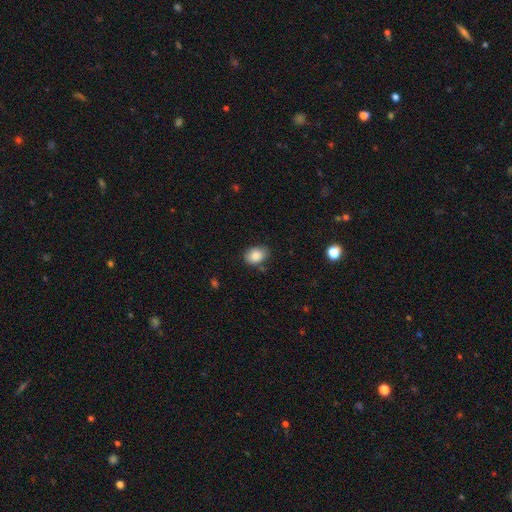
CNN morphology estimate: Smooth or featured? Predicted: smooth (p=0.87). How rounded? Predicted: in between (p=0.71). Merging? Predicted: none (p=0.75).